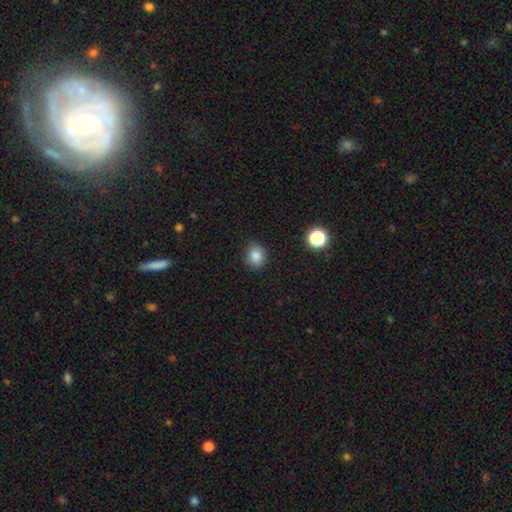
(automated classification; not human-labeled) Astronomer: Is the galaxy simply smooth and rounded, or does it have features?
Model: smooth — 84%.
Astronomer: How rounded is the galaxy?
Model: round — 69%.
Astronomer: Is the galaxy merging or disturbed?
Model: none — 85%.